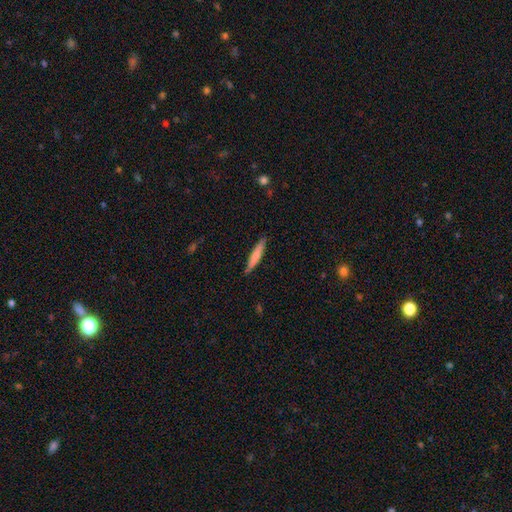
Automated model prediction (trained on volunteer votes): Smooth or featured? Predicted: smooth (p=0.73). How rounded? Predicted: cigar-shaped (p=0.92). Merging? Predicted: none (p=0.87).